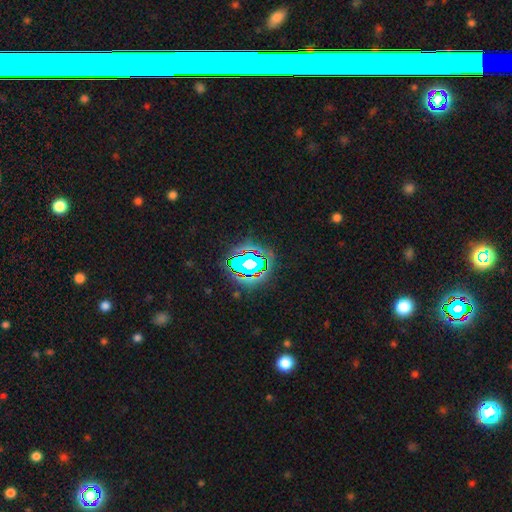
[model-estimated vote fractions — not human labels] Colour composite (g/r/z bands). It shows a star or artifact, not a galaxy (74%).